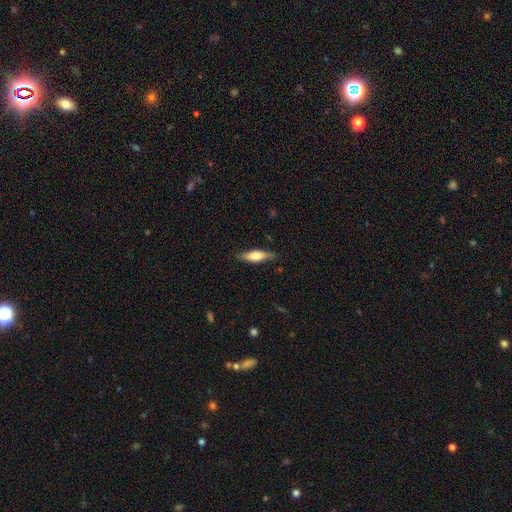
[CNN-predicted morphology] This is possibly a smooth galaxy (59%). How rounded: possibly cigar-shaped (58%). Merging: clearly none (81%).